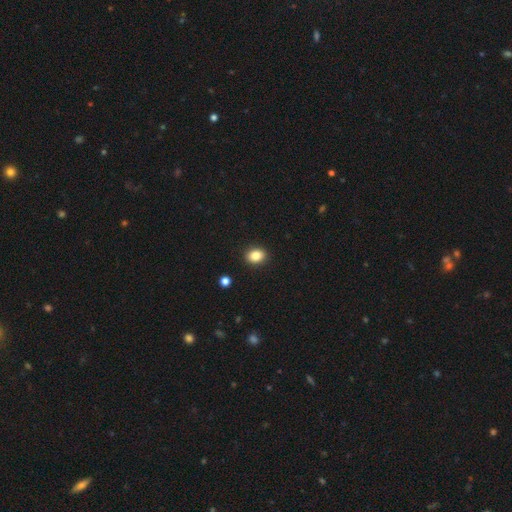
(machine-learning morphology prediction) The model was most divided on "how rounded": in between: 52%, round: 47%, cigar-shaped: 1%. More confident: merging — none (91%); smooth or featured — smooth (85%).